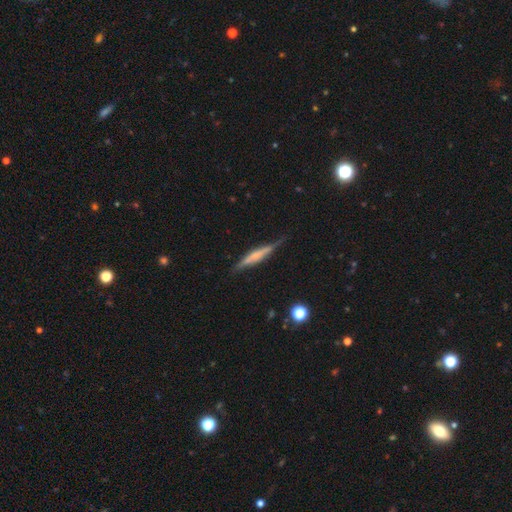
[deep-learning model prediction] featured or disk 59%, smooth 35%, star or artifact 7%. Down the decision tree: edge-on disk — yes (95%); edge-on bulge — rounded (37%); merging — none (78%).